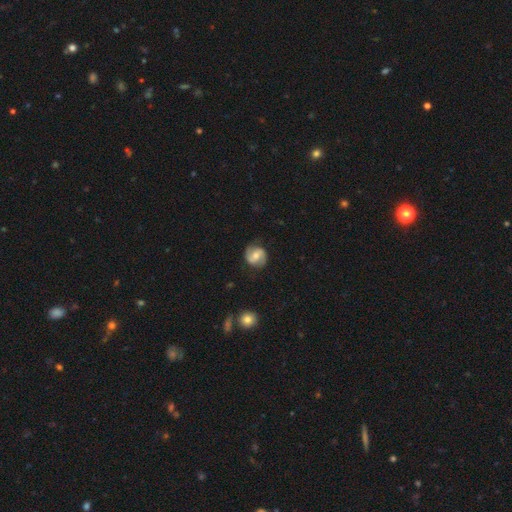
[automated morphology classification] This appears to be a featured or disk galaxy (70%) with a weak bar (47%), 2 (91%) medium (49%) spiral arms (93%) and a moderate central bulge (59%). Merging: none (82%).